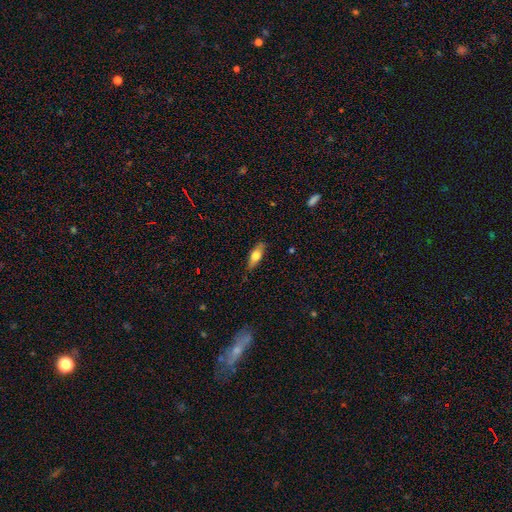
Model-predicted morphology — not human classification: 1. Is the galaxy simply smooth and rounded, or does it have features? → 64% smooth, 29% featured or disk, 6% star or artifact.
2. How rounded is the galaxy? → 66% in between, 31% cigar-shaped, 3% round.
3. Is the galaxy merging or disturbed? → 79% none, 16% minor disturbance, 3% major disturbance, 1% merger.